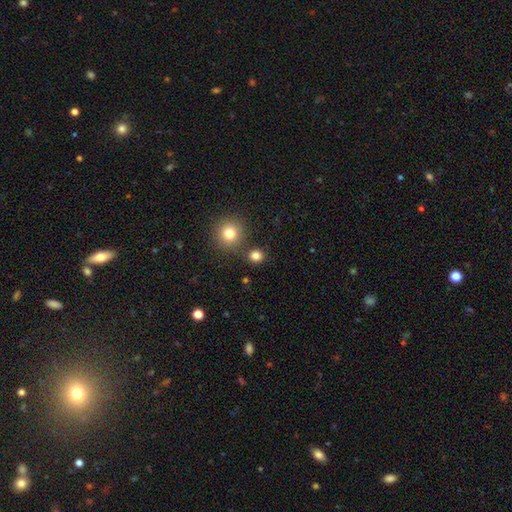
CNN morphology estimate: Overall: smooth (82%). How rounded: round (84%). Merging: none (81%).